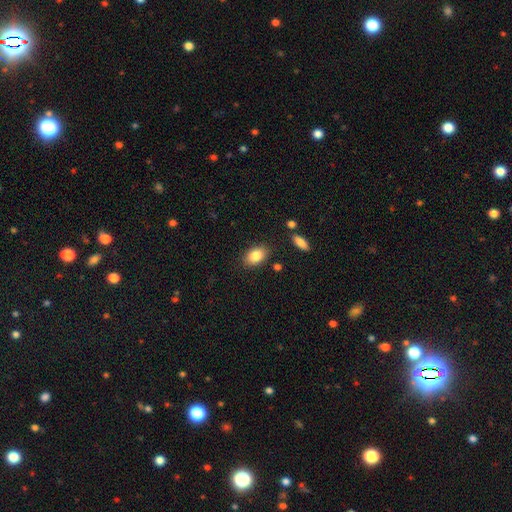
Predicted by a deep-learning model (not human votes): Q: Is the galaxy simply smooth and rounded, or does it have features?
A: smooth — 85%.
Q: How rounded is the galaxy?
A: in between — 85%.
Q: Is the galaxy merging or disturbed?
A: none — 85%.